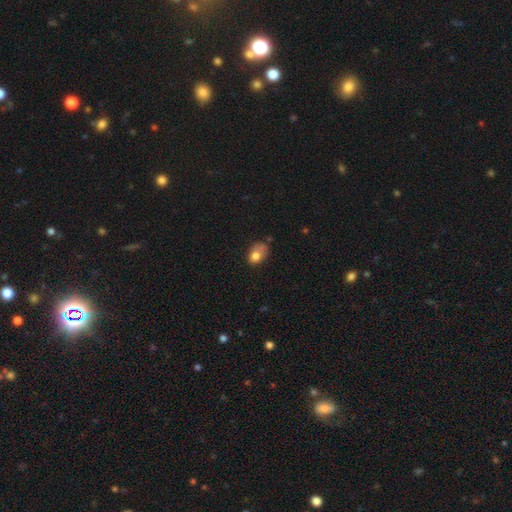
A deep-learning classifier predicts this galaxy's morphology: Smooth or featured?
  - smooth: 75% *
  - featured or disk: 15%
  - star or artifact: 10%
How rounded?
  - in between: 74% *
  - round: 24%
  - cigar-shaped: 1%
Merging?
  - minor disturbance: 35% *
  - none: 32%
  - major disturbance: 24%
  - merger: 9%